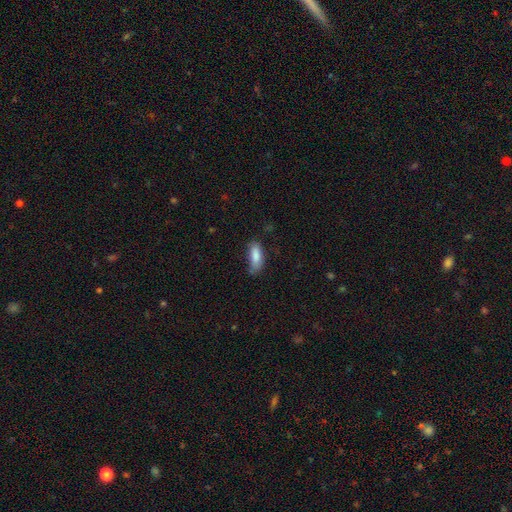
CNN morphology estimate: type=smooth (84%); roundness=in between (72%); merging=none (58%).